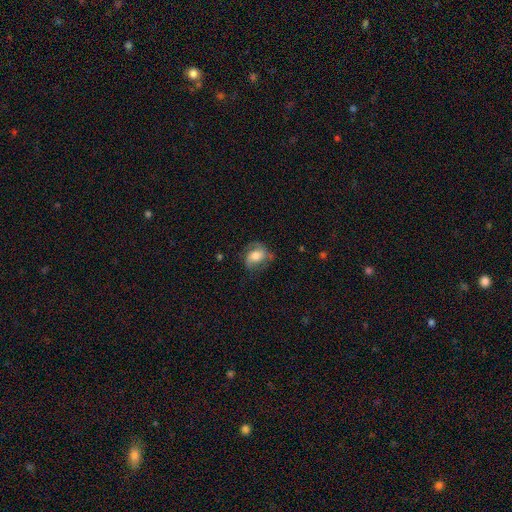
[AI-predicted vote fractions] smooth_or_featured: smooth (p=0.49) [alt: featured or disk p=0.43]
merging: none (p=0.55) [alt: minor disturbance p=0.27]